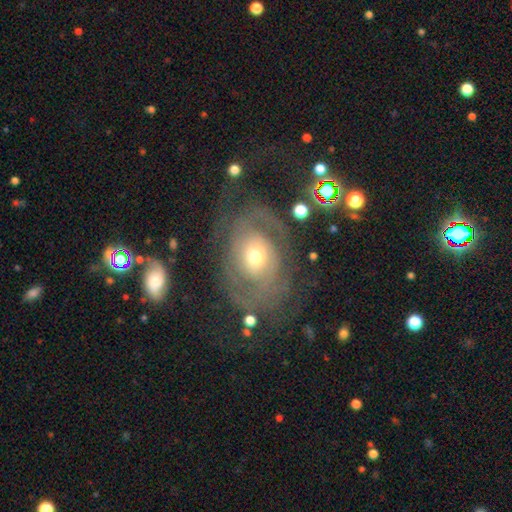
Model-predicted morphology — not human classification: A featured or disk galaxy (73%) with no bar (76%), 2 (46%) tight (51%) spiral arms (75%) and a moderate central bulge (50%). Merging: none (60%).